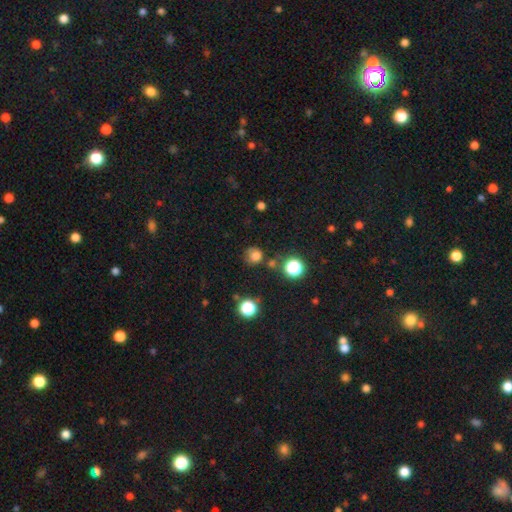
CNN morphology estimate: This is likely a smooth galaxy (74%). How rounded: clearly round (82%). Merging: likely none (63%).